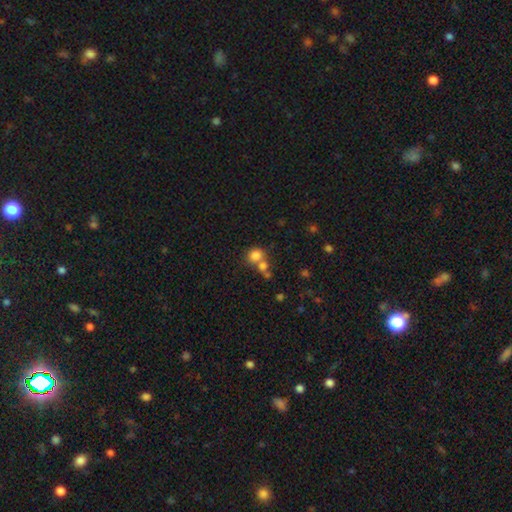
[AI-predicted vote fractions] smooth-or-featured: smooth: 78% | star or artifact: 12% | featured or disk: 10%
  how-rounded: round: 75% | in between: 24% | cigar-shaped: 1%
  merging: merger: 46% | none: 42% | minor disturbance: 8% | major disturbance: 4%